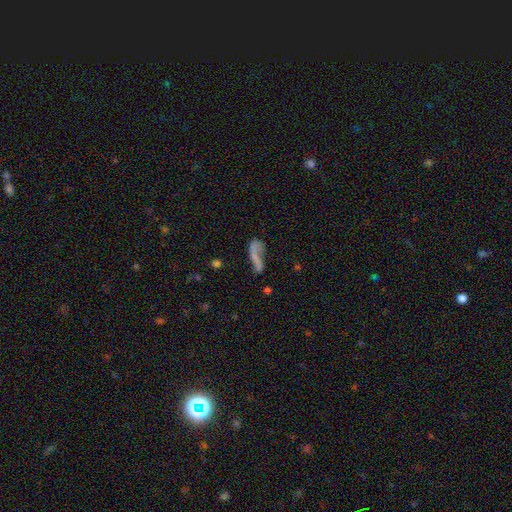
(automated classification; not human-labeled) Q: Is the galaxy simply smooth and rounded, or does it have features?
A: smooth — 47%.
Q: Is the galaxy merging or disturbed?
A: none — 34%.